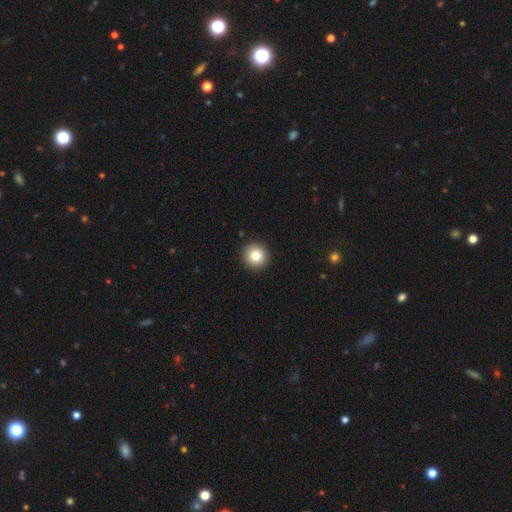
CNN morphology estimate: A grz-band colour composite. It shows a smooth galaxy with no disk features (82%) that is round (95%). Merging: none (93%).